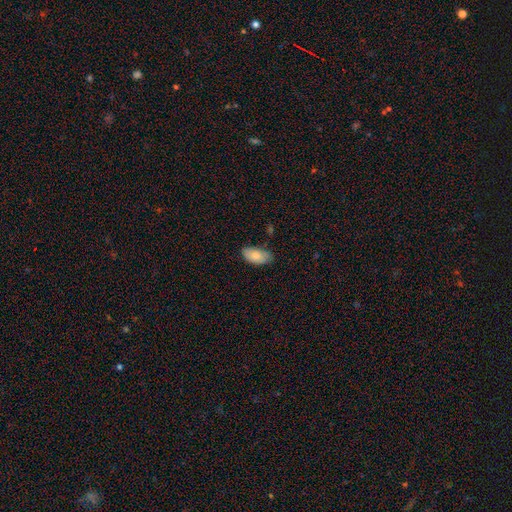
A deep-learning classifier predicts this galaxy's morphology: Smooth or featured? smooth (81%)
How rounded? in between (94%)
Merging? none (73%)